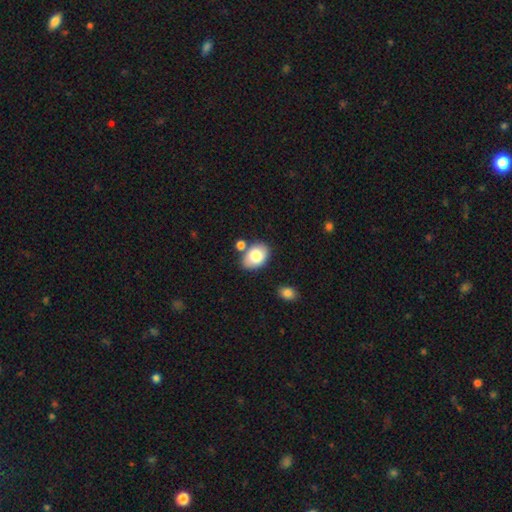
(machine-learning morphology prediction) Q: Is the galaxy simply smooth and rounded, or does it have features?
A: smooth — 79%.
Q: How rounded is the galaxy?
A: in between — 81%.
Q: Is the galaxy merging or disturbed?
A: none — 67%.